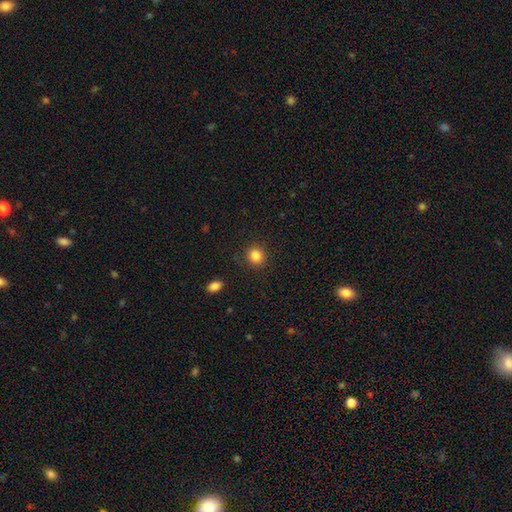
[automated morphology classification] A smooth galaxy with no disk features (86%) that is round (82%).

Vote fractions:
- Smooth or featured? smooth: 86% / star or artifact: 10% / featured or disk: 4%
- How rounded? round: 82% / in between: 17% / cigar-shaped: 1%
- Merging? none: 88% / minor disturbance: 7% / major disturbance: 3% / merger: 1%